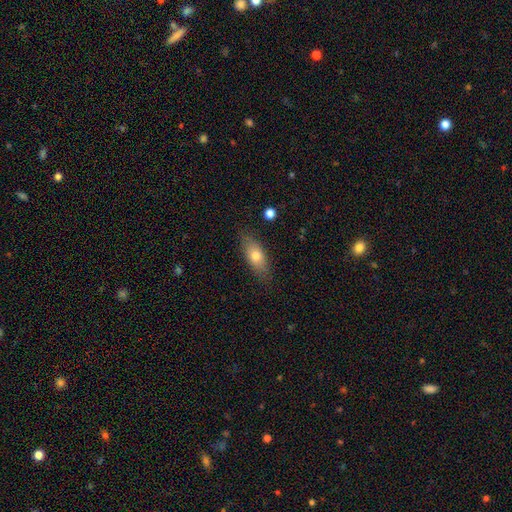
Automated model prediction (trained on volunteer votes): Smooth or featured? smooth (70%)
How rounded? in between (75%)
Merging? none (81%)